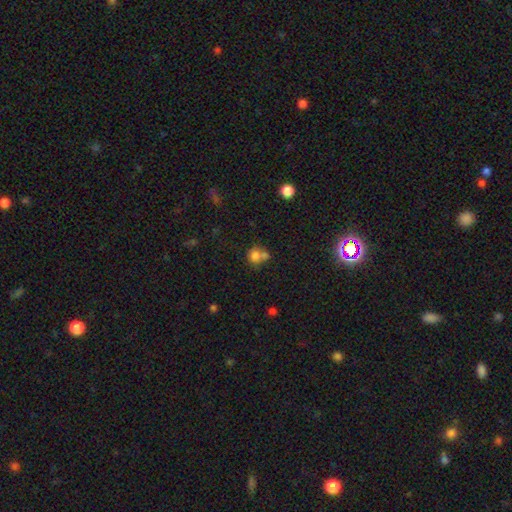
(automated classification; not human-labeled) smooth_or_featured: smooth (p=0.76) [alt: star or artifact p=0.12]
how_rounded: round (p=0.79) [alt: in between p=0.20]
merging: merger (p=0.44) [alt: none p=0.39]